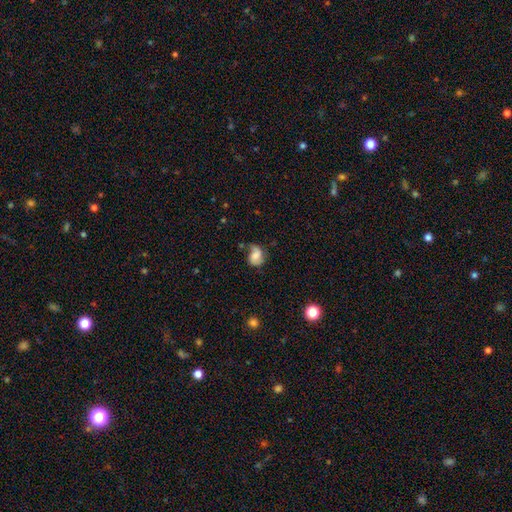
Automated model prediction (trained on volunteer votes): smooth 46%, featured or disk 44%, star or artifact 10%. Down the decision tree: merging — none (42%).